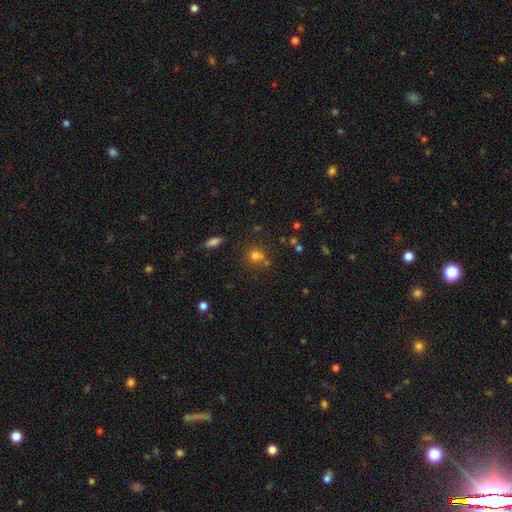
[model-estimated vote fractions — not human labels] Smooth or featured? smooth (72%)
How rounded? round (79%)
Merging? none (61%)